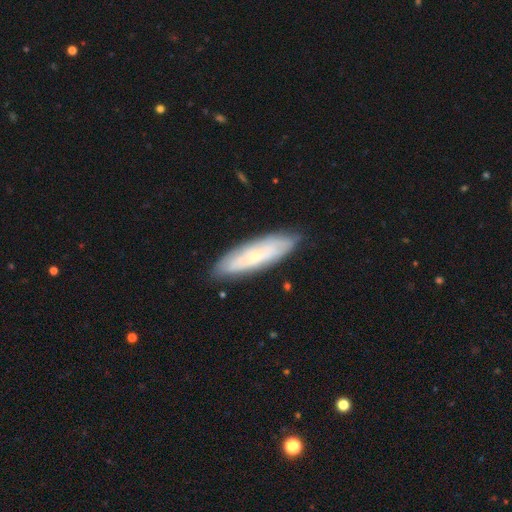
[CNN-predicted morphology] type=featured or disk (50%); merging=none (84%).